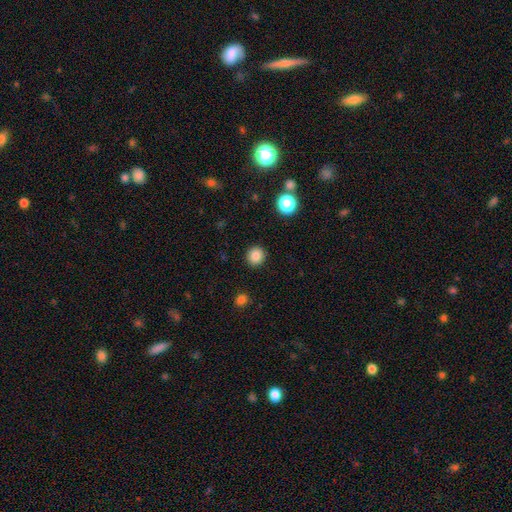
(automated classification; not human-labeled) A smooth galaxy with no disk features (85%) that is round (92%).

Vote fractions:
- Smooth or featured? smooth: 85% / star or artifact: 11% / featured or disk: 4%
- How rounded? round: 92% / in between: 7% / cigar-shaped: 1%
- Merging? none: 92% / minor disturbance: 5% / major disturbance: 2% / merger: 1%